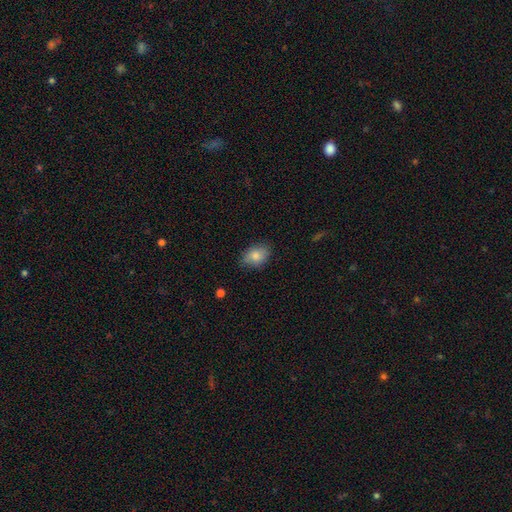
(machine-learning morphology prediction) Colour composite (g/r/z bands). It shows a smooth galaxy with no disk features (82%) that is in between round and cigar-shaped (81%). Merging: none (80%).